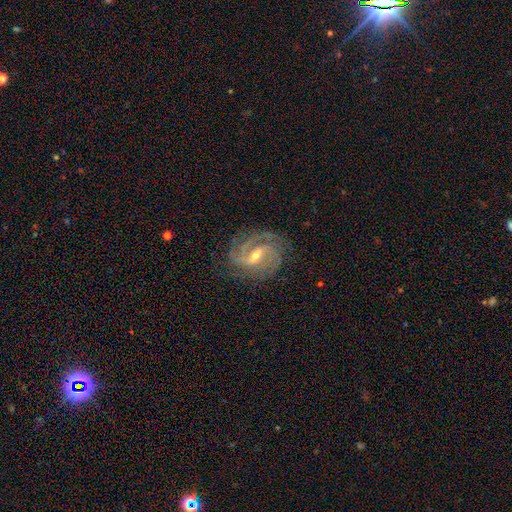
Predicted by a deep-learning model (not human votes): A featured or disk galaxy (91%) with a weak bar (47%), 2 (46%) medium (47%) spiral arms (98%) and a small central bulge (53%). Merging: none (77%).